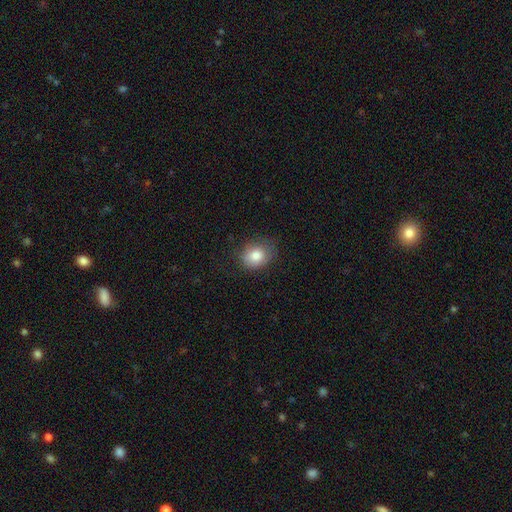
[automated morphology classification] smooth 82%, featured or disk 9%, star or artifact 9%. Down the decision tree: how rounded — round (52%); merging — none (73%).